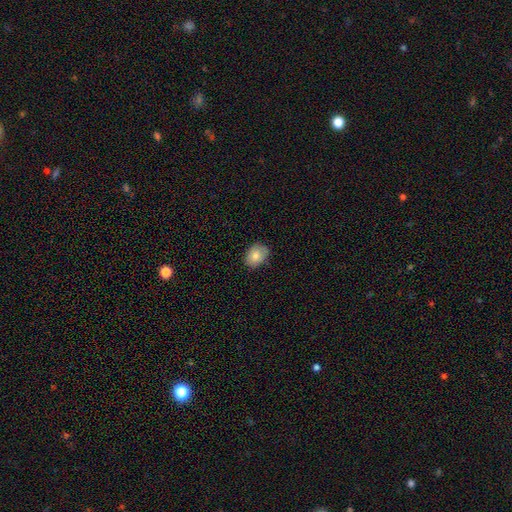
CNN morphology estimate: Smooth or featured?
  - smooth: 82% *
  - featured or disk: 10%
  - star or artifact: 8%
How rounded?
  - in between: 65% *
  - round: 34%
  - cigar-shaped: 1%
Merging?
  - none: 78% *
  - minor disturbance: 18%
  - major disturbance: 3%
  - merger: 1%